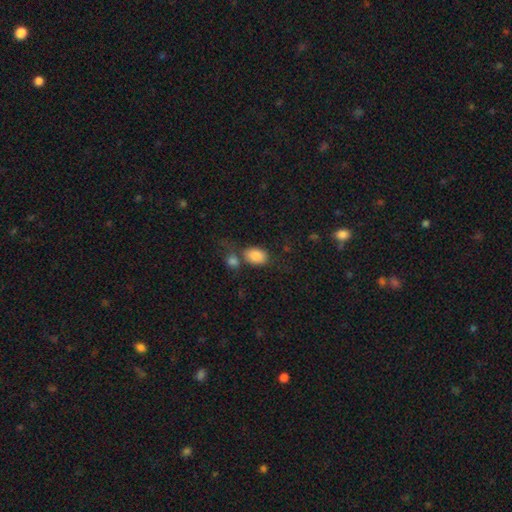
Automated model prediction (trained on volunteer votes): smooth_or_featured: smooth (p=0.85) [alt: featured or disk p=0.08]
how_rounded: in between (p=0.81) [alt: round p=0.18]
merging: none (p=0.51) [alt: merger p=0.27]